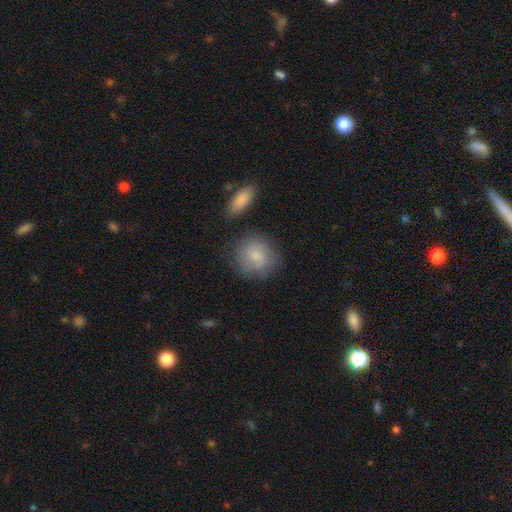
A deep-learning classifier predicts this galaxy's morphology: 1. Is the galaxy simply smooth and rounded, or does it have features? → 81% smooth, 12% featured or disk, 6% star or artifact.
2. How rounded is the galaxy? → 79% round, 20% in between, 1% cigar-shaped.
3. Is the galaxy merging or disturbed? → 73% none, 17% minor disturbance, 5% major disturbance, 4% merger.